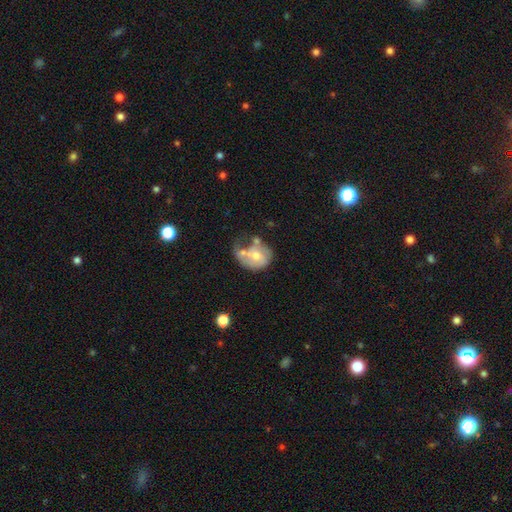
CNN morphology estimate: smooth_or_featured: featured or disk (p=0.54) [alt: smooth p=0.39]
disk_edge_on: no (p=0.97) [alt: yes p=0.03]
bar: no (p=0.77) [alt: weak p=0.20]
has_spiral_arms: no (p=0.52) [alt: yes p=0.48]
bulge_size: moderate (p=0.55) [alt: small p=0.37]
merging: merger (p=0.30) [alt: major disturbance p=0.25]